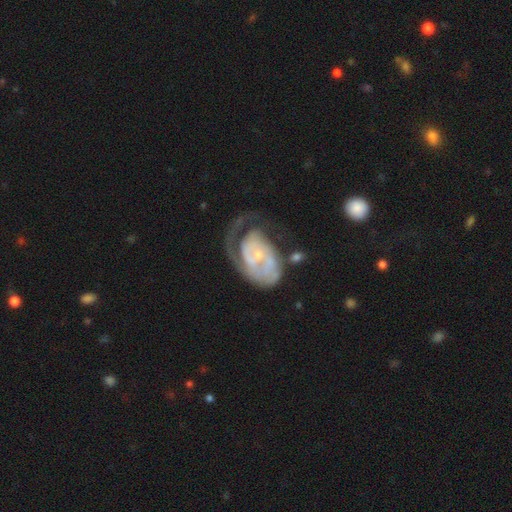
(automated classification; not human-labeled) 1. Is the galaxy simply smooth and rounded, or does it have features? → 81% featured or disk, 13% smooth, 6% star or artifact.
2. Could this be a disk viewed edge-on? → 97% no, 3% yes.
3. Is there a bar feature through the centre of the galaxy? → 65% no, 29% weak, 6% strong.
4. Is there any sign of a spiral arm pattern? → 89% yes, 11% no.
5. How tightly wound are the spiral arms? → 53% tight, 31% medium, 16% loose.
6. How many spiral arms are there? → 47% 1, 23% 2, 21% can't tell, 5% 3, 2% 4, 2% more than 4.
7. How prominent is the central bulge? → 70% small, 19% moderate, 8% none, 2% large, 1% dominant.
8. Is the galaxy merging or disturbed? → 42% major disturbance, 32% none, 19% minor disturbance, 7% merger.